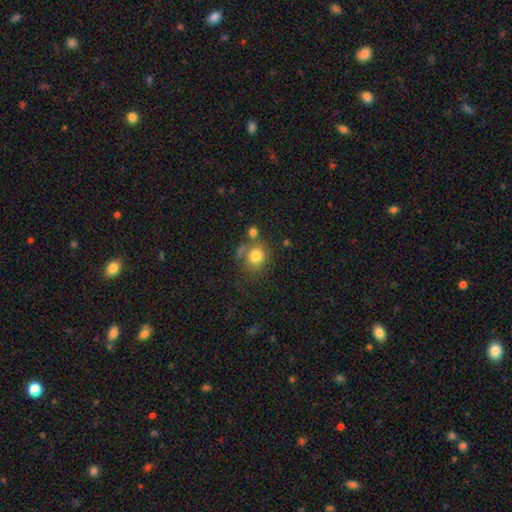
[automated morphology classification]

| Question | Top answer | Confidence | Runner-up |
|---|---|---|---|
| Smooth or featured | smooth | 79% | featured or disk (11%) |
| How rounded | round | 78% | in between (21%) |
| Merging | none | 58% | merger (17%) |